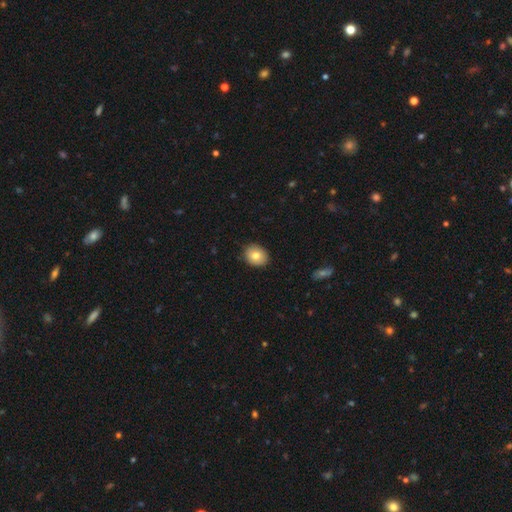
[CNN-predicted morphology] The model was most divided on "how rounded": round: 56%, in between: 43%, cigar-shaped: 1%. More confident: merging — none (89%); smooth or featured — smooth (79%).